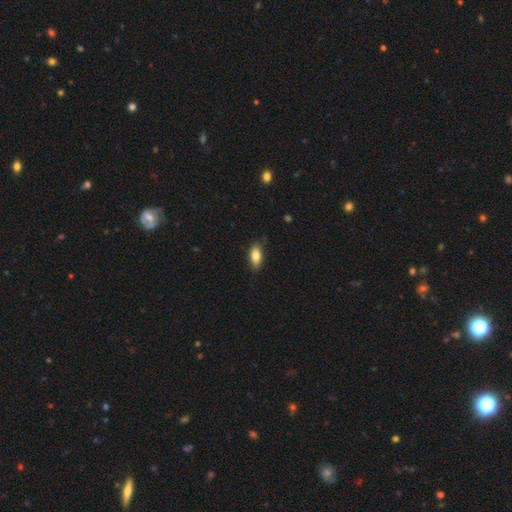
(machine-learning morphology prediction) Smooth or featured?
  - smooth: 82% *
  - featured or disk: 11%
  - star or artifact: 7%
How rounded?
  - in between: 86% *
  - cigar-shaped: 11%
  - round: 3%
Merging?
  - none: 83% *
  - minor disturbance: 14%
  - major disturbance: 2%
  - merger: 1%